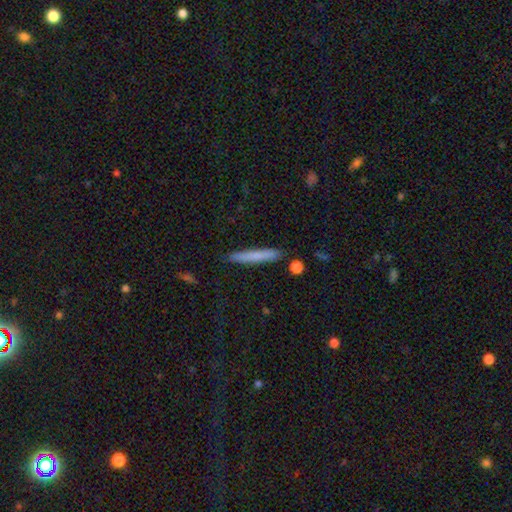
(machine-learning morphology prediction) Q: Smooth or featured?
A: smooth (72%); runner-up: featured or disk (22%)
Q: How rounded?
A: cigar-shaped (95%); runner-up: in between (3%)
Q: Merging?
A: none (89%); runner-up: minor disturbance (8%)